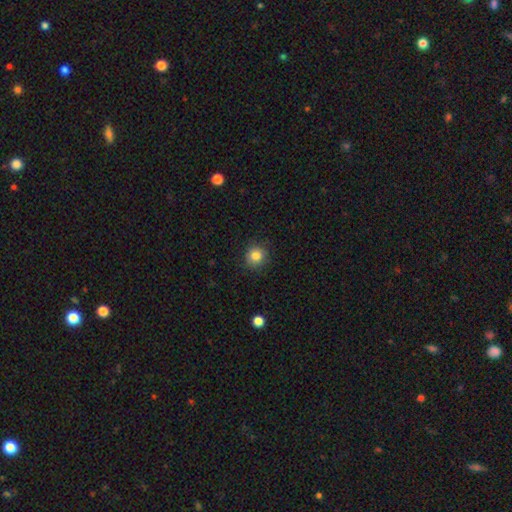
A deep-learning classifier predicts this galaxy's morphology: type=smooth (83%); roundness=round (89%); merging=none (88%).